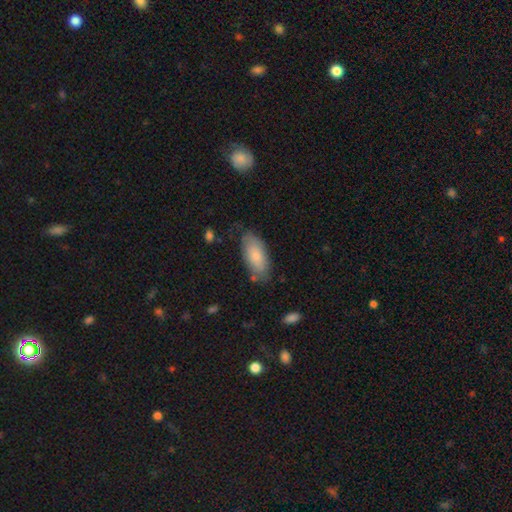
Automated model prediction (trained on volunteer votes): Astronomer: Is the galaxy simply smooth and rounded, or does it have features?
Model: smooth — 80%.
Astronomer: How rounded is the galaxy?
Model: in between — 89%.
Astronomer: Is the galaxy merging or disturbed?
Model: none — 71%.